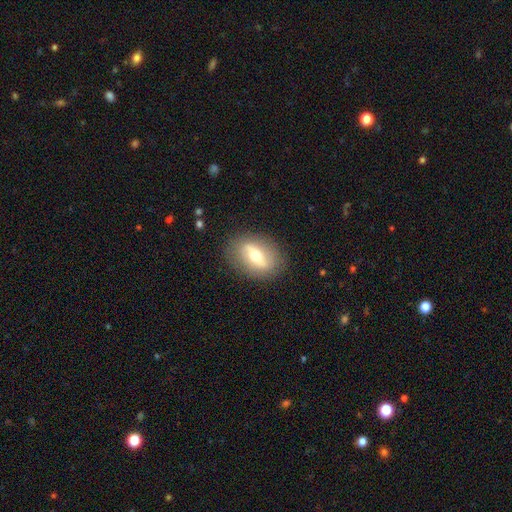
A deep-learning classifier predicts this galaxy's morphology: Overall: featured or disk (52%; smooth 40%). Edge-on disk: no (74%). Merging: none (85%).